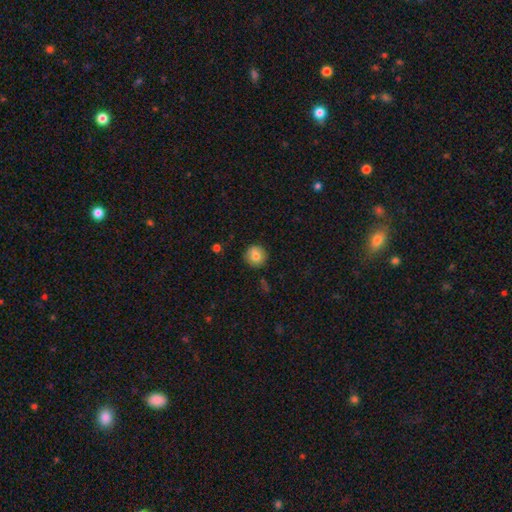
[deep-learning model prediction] Smooth or featured?
  - smooth: 79% *
  - featured or disk: 12%
  - star or artifact: 9%
How rounded?
  - round: 93% *
  - in between: 6%
  - cigar-shaped: 1%
Merging?
  - none: 87% *
  - minor disturbance: 9%
  - major disturbance: 2%
  - merger: 2%